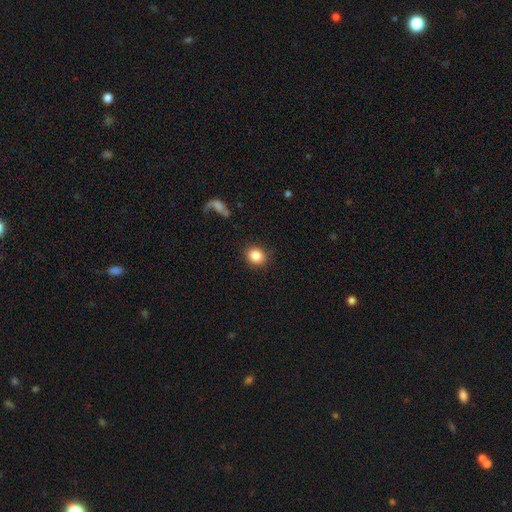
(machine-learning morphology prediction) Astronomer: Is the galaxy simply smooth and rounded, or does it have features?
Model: smooth — 87%.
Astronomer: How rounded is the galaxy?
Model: round — 74%.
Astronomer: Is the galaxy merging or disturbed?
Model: none — 88%.